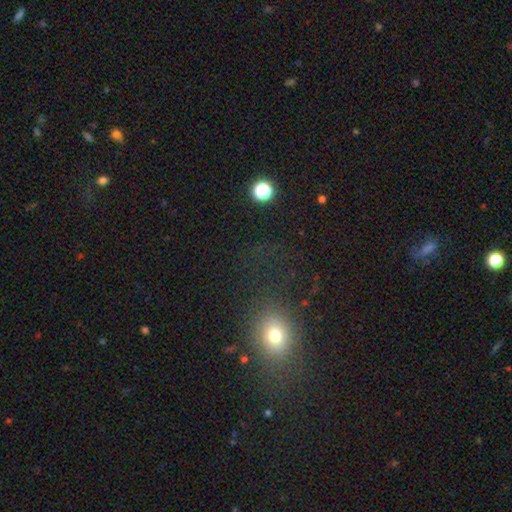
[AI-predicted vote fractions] smooth 61%, star or artifact 30%, featured or disk 10%. Down the decision tree: how rounded — round (54%); merging — none (75%).